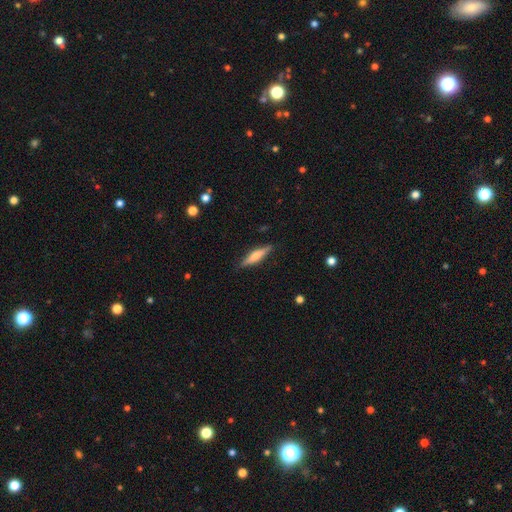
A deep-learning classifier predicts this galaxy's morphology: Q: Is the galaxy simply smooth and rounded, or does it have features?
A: smooth — 55%.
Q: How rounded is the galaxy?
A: cigar-shaped — 76%.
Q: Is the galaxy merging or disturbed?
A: none — 87%.